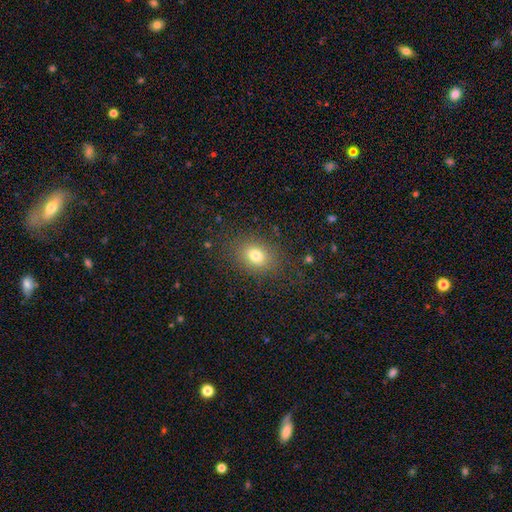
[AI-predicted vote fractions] Morphology: type=smooth (78%); roundness=in between (61%); merging=none (83%).